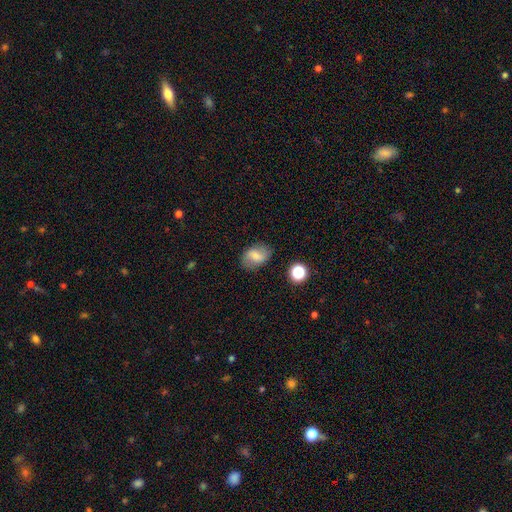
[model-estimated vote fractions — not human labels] Morphology: type=smooth (62%); roundness=in between (80%); merging=none (79%).